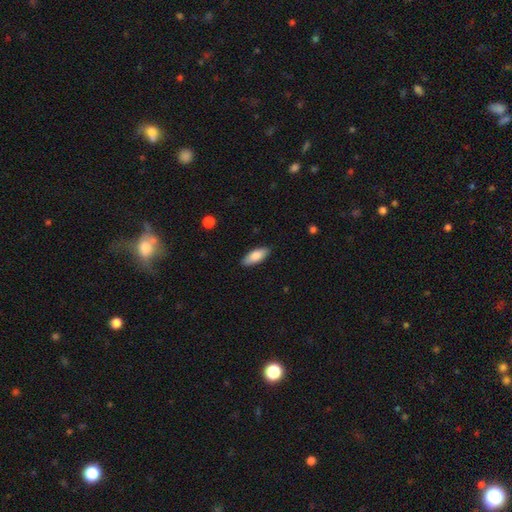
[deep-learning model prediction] smooth 83%, featured or disk 11%, star or artifact 6%. Down the decision tree: how rounded — in between (78%); merging — none (88%).